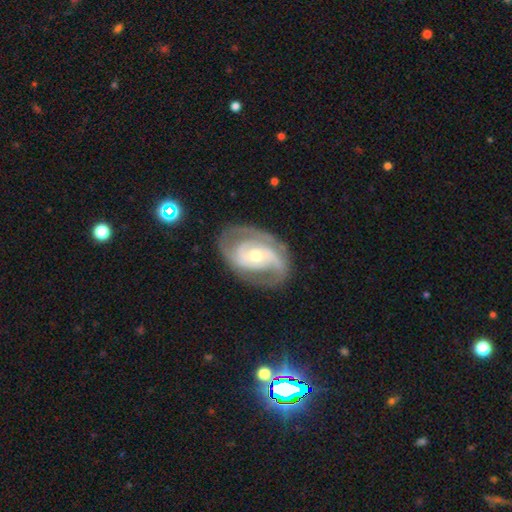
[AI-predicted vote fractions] Smooth or featured: featured or disk — 85% (smooth — 10%)
Edge-on disk: no — 97% (yes — 3%)
Bar: no — 52% (weak — 34%)
Spiral arms: yes — 93% (no — 7%)
Spiral winding: medium — 43% (tied with tight — 43%)
Spiral arm count: 2 — 63% (can't tell — 14%)
Bulge size: moderate — 50% (small — 46%)
Merging: none — 71% (minor disturbance — 18%)